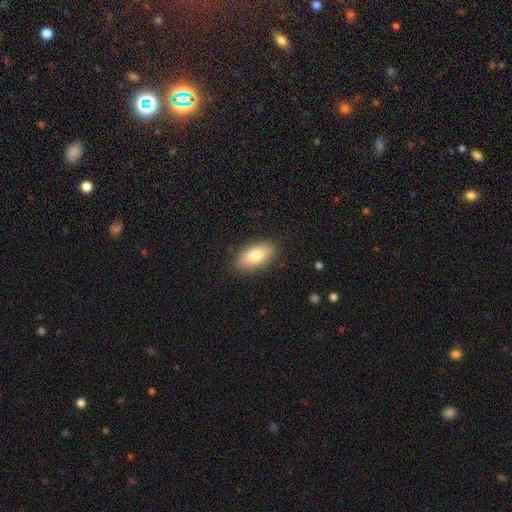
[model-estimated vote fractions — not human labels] Smooth or featured: smooth — 75% (featured or disk — 18%)
How rounded: in between — 90% (cigar-shaped — 5%)
Merging: none — 87% (minor disturbance — 9%)